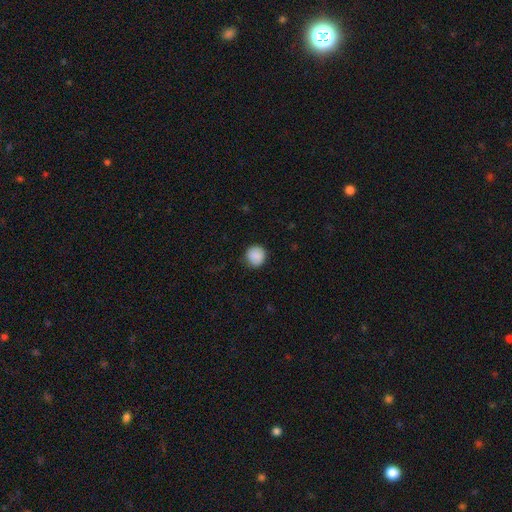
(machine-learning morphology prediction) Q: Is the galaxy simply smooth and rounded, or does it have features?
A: smooth — 87%.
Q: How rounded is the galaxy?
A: round — 92%.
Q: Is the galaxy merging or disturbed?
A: none — 87%.